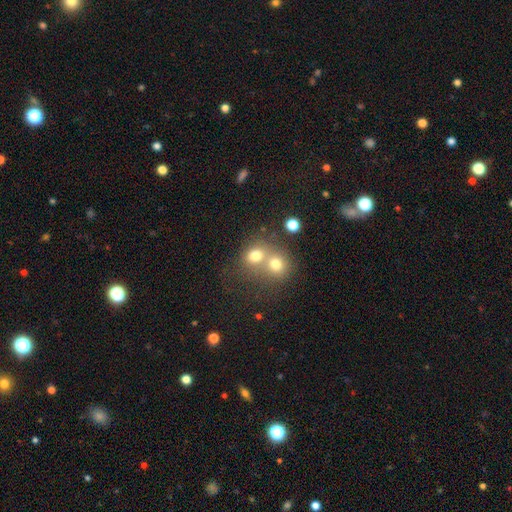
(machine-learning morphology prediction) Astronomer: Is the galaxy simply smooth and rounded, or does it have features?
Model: smooth — 73%.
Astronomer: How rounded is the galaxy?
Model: round — 69%.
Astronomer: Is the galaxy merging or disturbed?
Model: merger — 57% (runner-up: none, 32%).